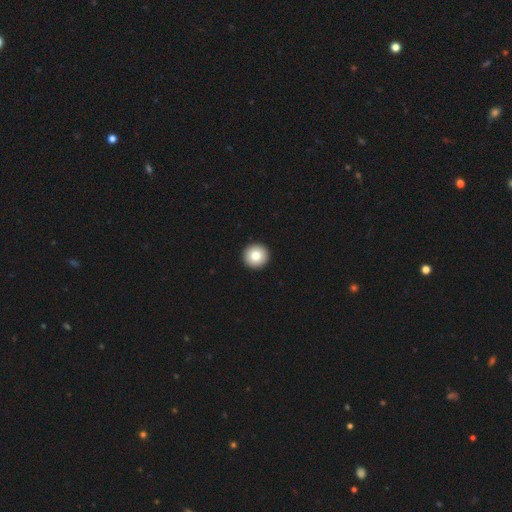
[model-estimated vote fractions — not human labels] A smooth galaxy with no disk features (79%) that is round (96%).

Vote fractions:
- Smooth or featured? smooth: 79% / featured or disk: 12% / star or artifact: 9%
- How rounded? round: 96% / in between: 3% / cigar-shaped: 1%
- Merging? none: 95% / minor disturbance: 3% / major disturbance: 1% / merger: 1%